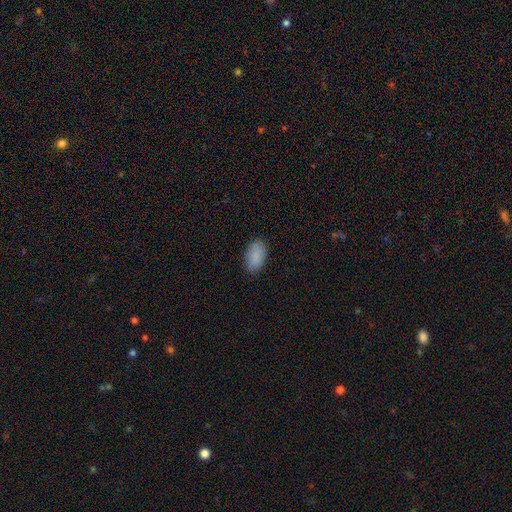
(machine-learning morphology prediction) A smooth galaxy with no disk features (90%) that is in between round and cigar-shaped (94%).

Vote fractions:
- Smooth or featured? smooth: 90% / star or artifact: 7% / featured or disk: 4%
- How rounded? in between: 94% / round: 4% / cigar-shaped: 2%
- Merging? none: 87% / minor disturbance: 10% / major disturbance: 2% / merger: 1%